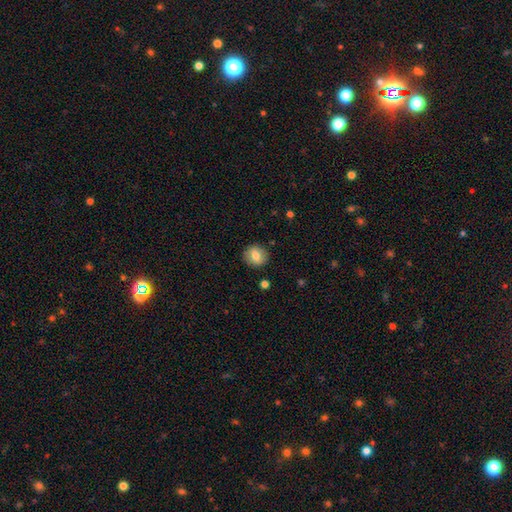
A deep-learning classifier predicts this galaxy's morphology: Smooth or featured: smooth — 74% (featured or disk — 17%)
How rounded: round — 83% (in between — 16%)
Merging: none — 88% (minor disturbance — 8%)